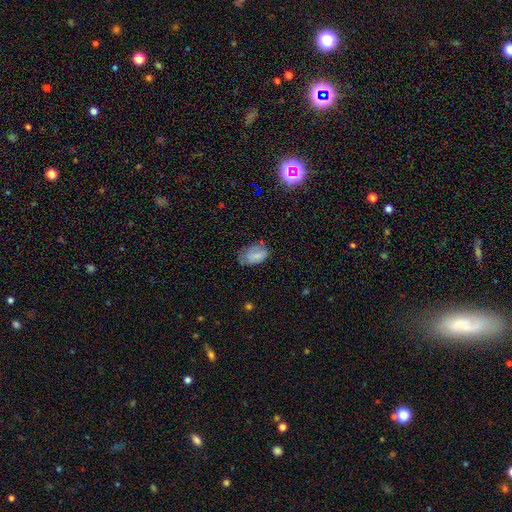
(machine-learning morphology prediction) Smooth or featured?
  - smooth: 78% *
  - featured or disk: 13%
  - star or artifact: 9%
How rounded?
  - in between: 90% *
  - round: 8%
  - cigar-shaped: 2%
Merging?
  - none: 56% *
  - minor disturbance: 32%
  - major disturbance: 10%
  - merger: 2%